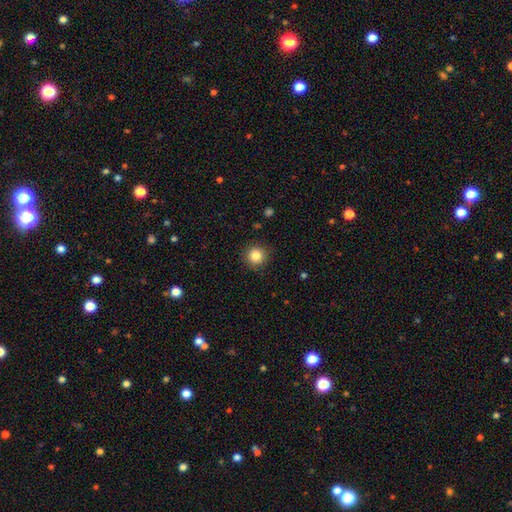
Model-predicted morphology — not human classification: Q: Smooth or featured?
A: smooth (84%); runner-up: star or artifact (11%)
Q: How rounded?
A: round (95%); runner-up: in between (4%)
Q: Merging?
A: none (90%); runner-up: minor disturbance (7%)